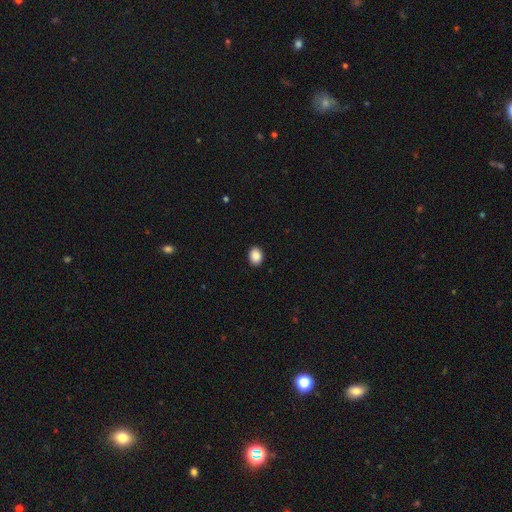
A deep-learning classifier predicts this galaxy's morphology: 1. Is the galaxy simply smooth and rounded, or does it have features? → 89% smooth, 8% star or artifact, 3% featured or disk.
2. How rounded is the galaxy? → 65% in between, 34% round, 1% cigar-shaped.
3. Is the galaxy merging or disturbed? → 91% none, 6% minor disturbance, 2% major disturbance, 1% merger.